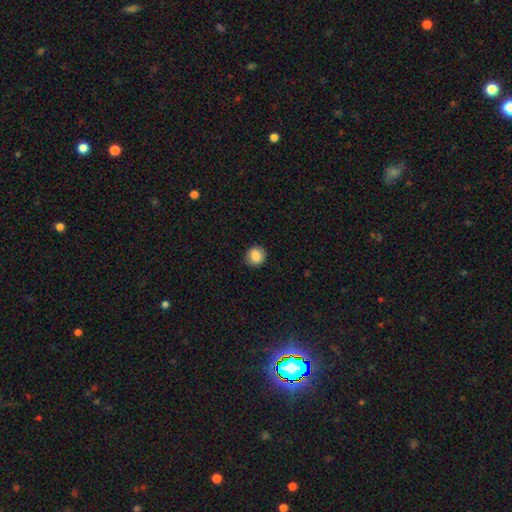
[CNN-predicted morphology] Smooth or featured? Predicted: smooth (p=0.85). How rounded? Predicted: round (p=0.85). Merging? Predicted: none (p=0.87).